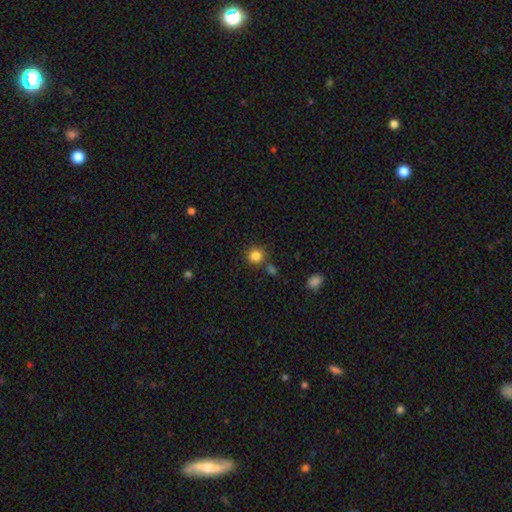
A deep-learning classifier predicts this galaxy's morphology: Overall: smooth (84%). How rounded: round (89%). Merging: none (78%).